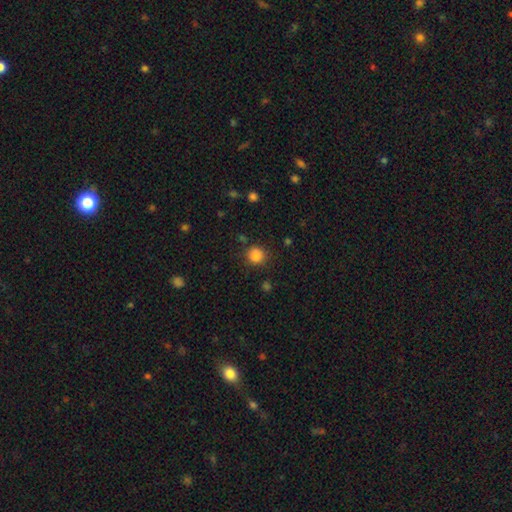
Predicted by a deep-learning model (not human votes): Q: Smooth or featured?
A: smooth (85%); runner-up: star or artifact (12%)
Q: How rounded?
A: round (89%); runner-up: in between (10%)
Q: Merging?
A: none (83%); runner-up: minor disturbance (11%)